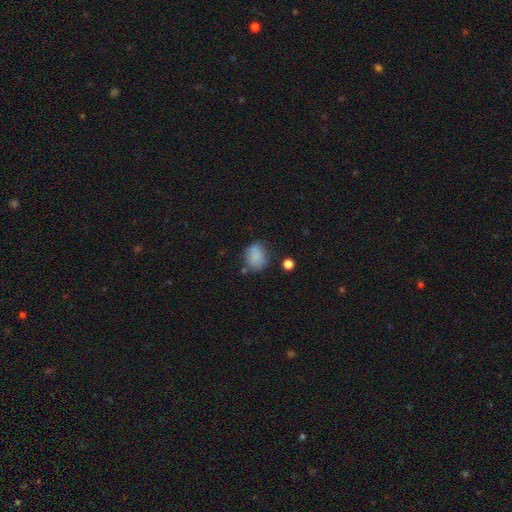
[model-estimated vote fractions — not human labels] This appears to be a smooth galaxy with no disk features (78%) that is round (50%). Merging: none (56%).